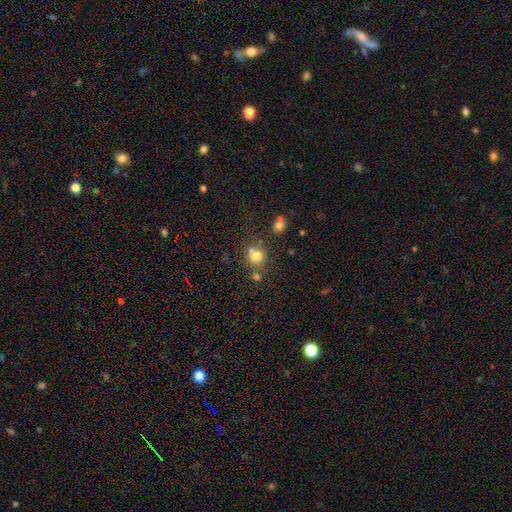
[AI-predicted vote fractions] Morphology: type=smooth (74%); roundness=round (78%); merging=none (54%).